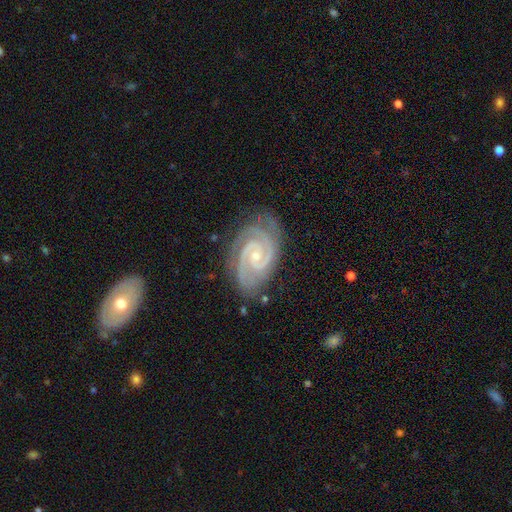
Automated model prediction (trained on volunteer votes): Smooth or featured?
  - featured or disk: 93% *
  - star or artifact: 5%
  - smooth: 3%
Edge-on disk?
  - no: 98% *
  - yes: 2%
Bar?
  - no: 57% *
  - weak: 31%
  - strong: 12%
Spiral arms?
  - yes: 99% *
  - no: 1%
Spiral winding?
  - tight: 74% *
  - medium: 24%
  - loose: 2%
Spiral arm count?
  - 2: 70% *
  - 3: 19%
  - can't tell: 4%
  - 4: 4%
  - more than 4: 2%
  - 1: 2%
Bulge size?
  - small: 75% *
  - moderate: 21%
  - none: 2%
  - large: 1%
  - dominant: 1%
Merging?
  - none: 79% *
  - minor disturbance: 15%
  - major disturbance: 4%
  - merger: 2%